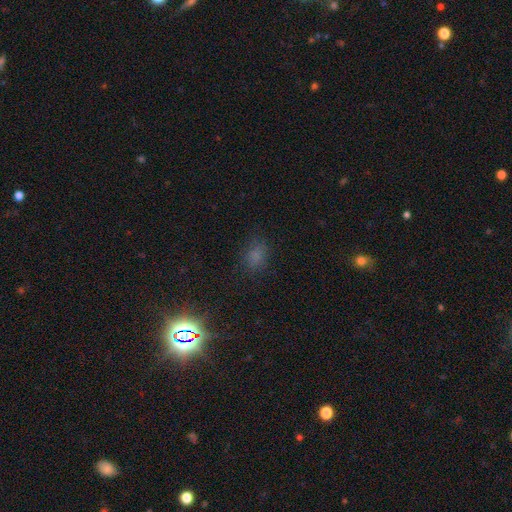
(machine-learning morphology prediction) Smooth or featured? smooth (65%)
How rounded? in between (63%)
Merging? none (74%)